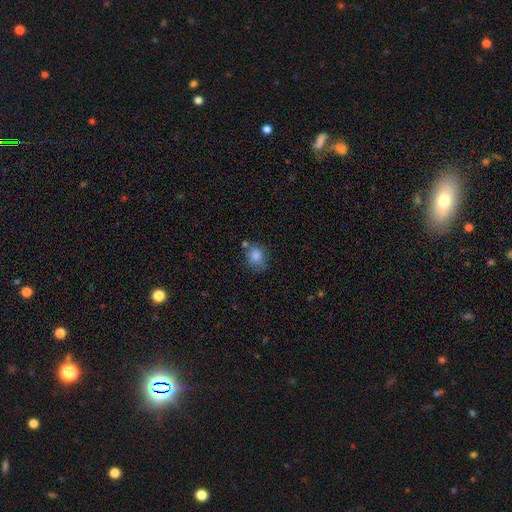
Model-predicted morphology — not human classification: Overall: smooth (84%). How rounded: round (50%; in between 49%). Merging: none (60%; minor disturbance 22%).